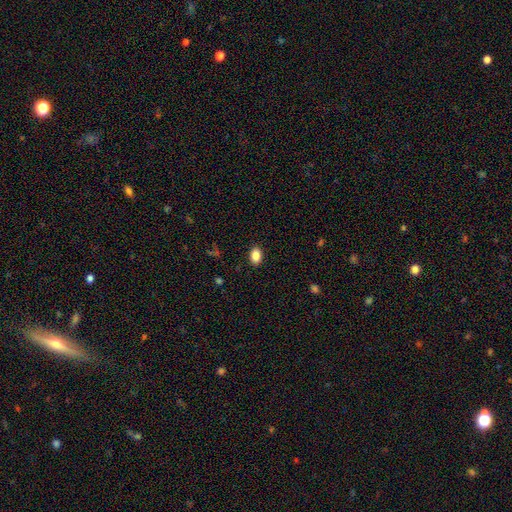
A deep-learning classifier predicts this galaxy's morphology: smooth-or-featured: smooth: 87% | star or artifact: 8% | featured or disk: 4%
  how-rounded: in between: 87% | round: 12% | cigar-shaped: 1%
  merging: none: 90% | minor disturbance: 7% | major disturbance: 2% | merger: 1%